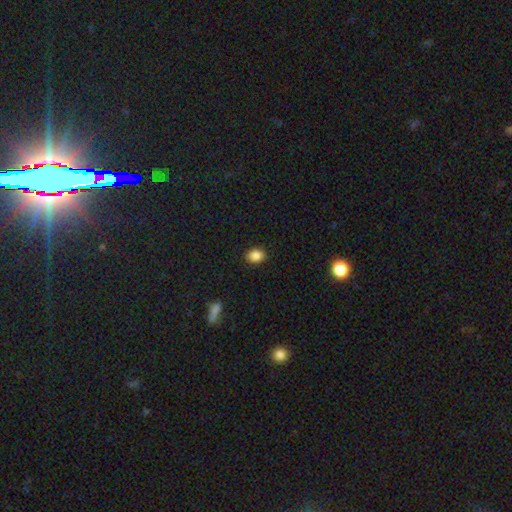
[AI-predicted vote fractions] smooth-or-featured: smooth: 87% | star or artifact: 9% | featured or disk: 4%
  how-rounded: in between: 58% | round: 41% | cigar-shaped: 1%
  merging: none: 87% | minor disturbance: 10% | major disturbance: 2% | merger: 1%